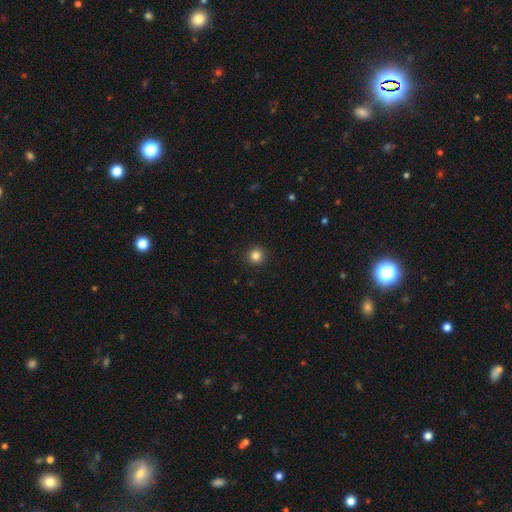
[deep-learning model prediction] smooth 84%, star or artifact 12%, featured or disk 5%. Down the decision tree: how rounded — round (95%); merging — none (93%).